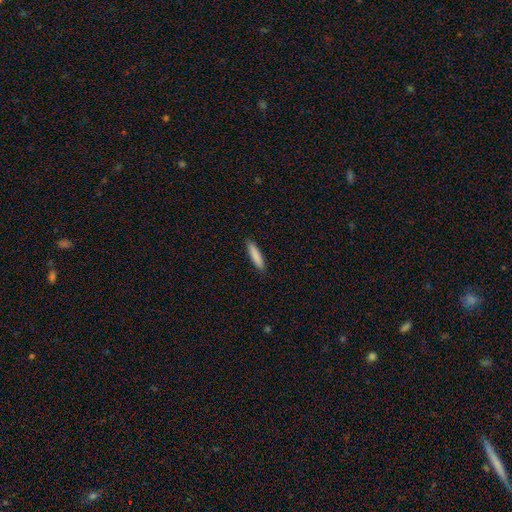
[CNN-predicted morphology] smooth_or_featured: smooth (p=0.86) [alt: featured or disk p=0.08]
how_rounded: cigar-shaped (p=0.84) [alt: in between p=0.15]
merging: none (p=0.90) [alt: minor disturbance p=0.08]